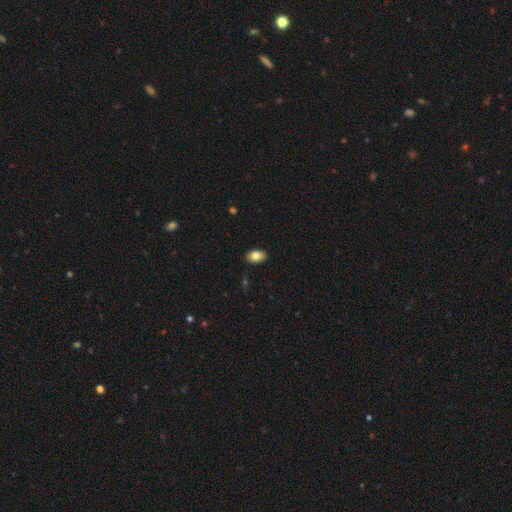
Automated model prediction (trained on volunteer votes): Smooth or featured? smooth (82%)
How rounded? in between (91%)
Merging? none (90%)